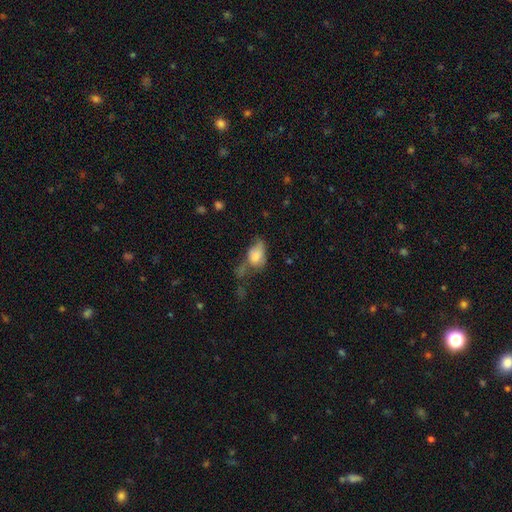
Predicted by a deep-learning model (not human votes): This is likely a smooth galaxy (71%). How rounded: clearly in between (82%). Merging: marginally major disturbance (33%).